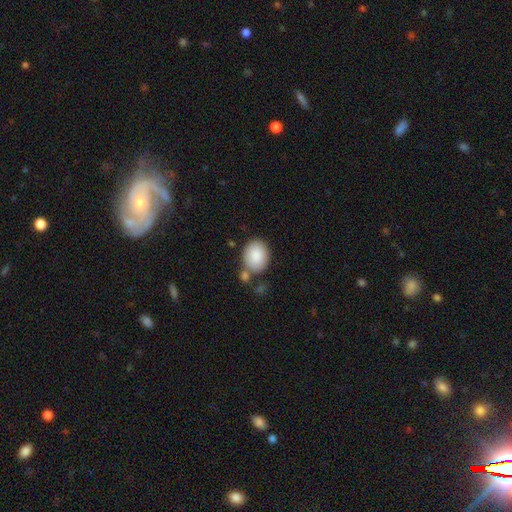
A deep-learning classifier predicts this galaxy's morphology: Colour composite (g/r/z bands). It shows a smooth galaxy with no disk features (88%) that is in between round and cigar-shaped (59%). Merging: none (65%).